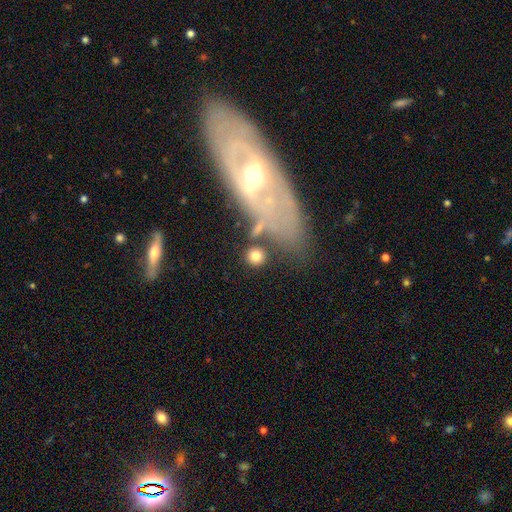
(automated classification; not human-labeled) Morphology: type=smooth (79%); roundness=round (87%); merging=none (73%).